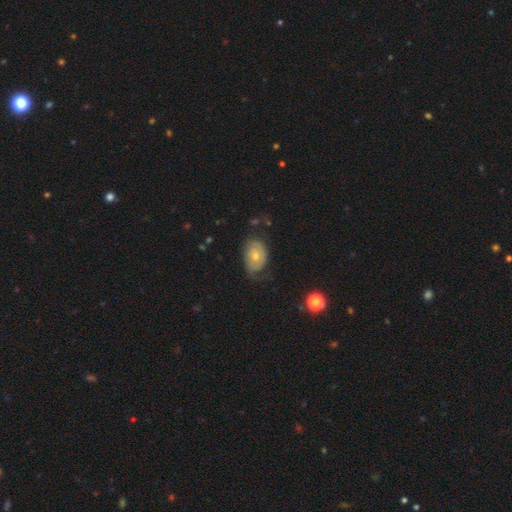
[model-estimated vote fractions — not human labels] featured or disk 51%, smooth 42%, star or artifact 7%. Down the decision tree: edge-on disk — no (95%); merging — none (48%).